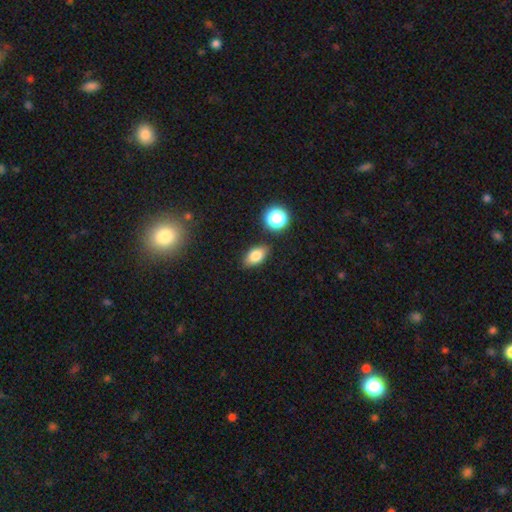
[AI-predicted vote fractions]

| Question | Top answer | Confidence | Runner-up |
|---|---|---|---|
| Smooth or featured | smooth | 80% | star or artifact (10%) |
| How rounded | in between | 86% | round (9%) |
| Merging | none | 84% | minor disturbance (10%) |